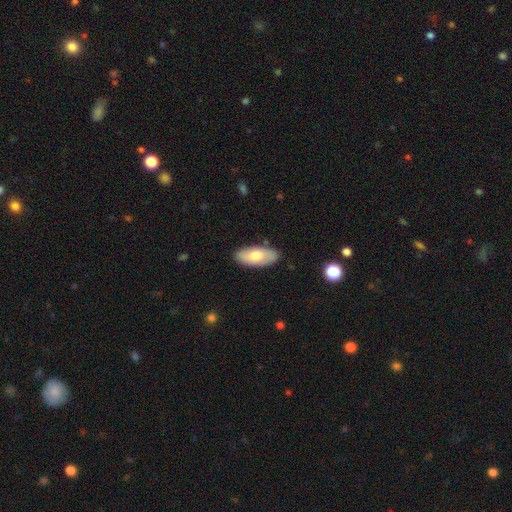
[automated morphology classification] Q: Smooth or featured?
A: smooth (69%); runner-up: featured or disk (26%)
Q: How rounded?
A: in between (91%); runner-up: cigar-shaped (7%)
Q: Merging?
A: none (84%); runner-up: minor disturbance (12%)